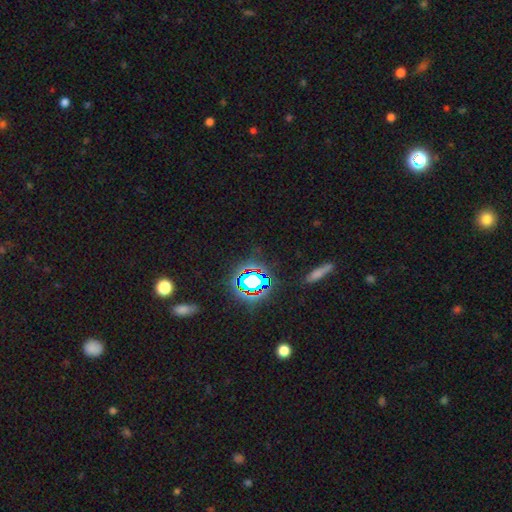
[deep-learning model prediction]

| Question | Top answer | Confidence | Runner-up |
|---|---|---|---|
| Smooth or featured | star or artifact | 70% | smooth (19%) |